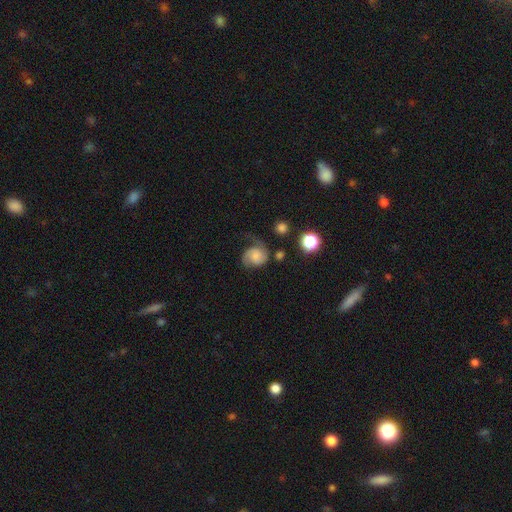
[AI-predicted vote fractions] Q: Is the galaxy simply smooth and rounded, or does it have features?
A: featured or disk — 65%.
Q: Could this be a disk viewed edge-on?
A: no — 98%.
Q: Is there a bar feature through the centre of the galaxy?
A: no — 68%.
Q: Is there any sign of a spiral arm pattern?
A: yes — 94%.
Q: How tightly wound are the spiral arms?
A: medium — 43%.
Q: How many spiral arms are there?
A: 2 — 69%.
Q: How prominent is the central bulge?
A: small — 37%.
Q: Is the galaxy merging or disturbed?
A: none — 49%.